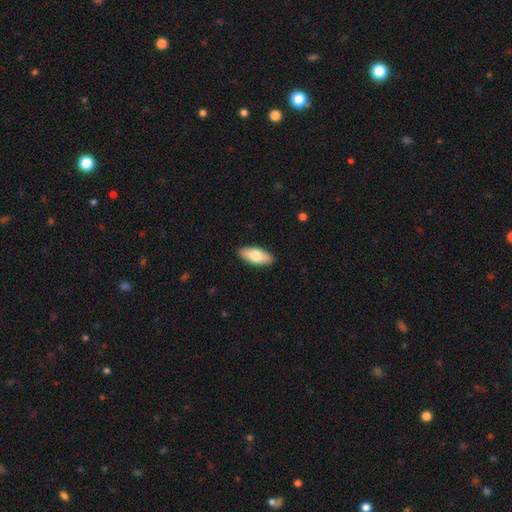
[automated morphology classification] type=smooth (73%); roundness=in between (82%); merging=none (89%).